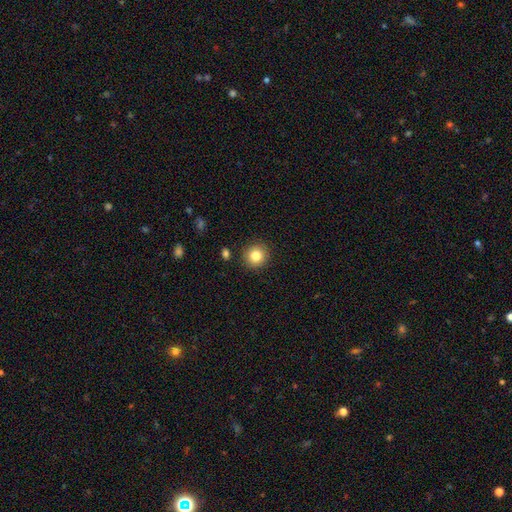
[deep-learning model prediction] The model was most divided on "smooth or featured": smooth: 83%, star or artifact: 10%, featured or disk: 7%. More confident: how rounded — round (92%); merging — none (90%).